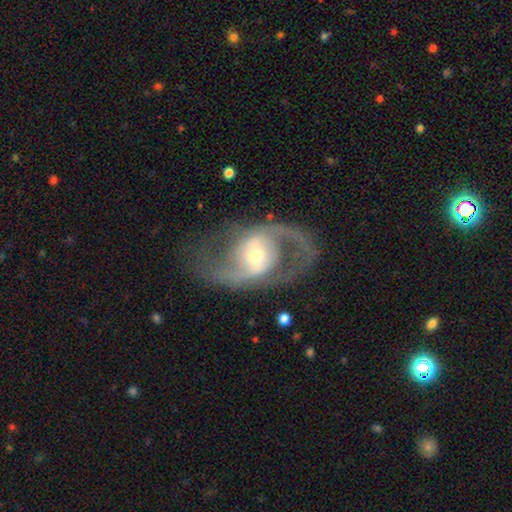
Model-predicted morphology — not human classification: smooth-or-featured: featured or disk: 86% | smooth: 9% | star or artifact: 5%
  disk-edge-on: no: 96% | yes: 4%
    bar: no: 38% | weak: 34% | strong: 28%
    has-spiral-arms: yes: 87% | no: 13%
      spiral-winding: medium: 52% | loose: 33% | tight: 15%
      spiral-arm-count: 2: 90% | can't tell: 4% | 1: 3% | 3: 1% | 4: 1% | more than 4: 1%
    bulge-size: moderate: 53% | small: 37% | large: 7% | dominant: 1% | none: 1%
  merging: none: 74% | minor disturbance: 13% | major disturbance: 12% | merger: 2%